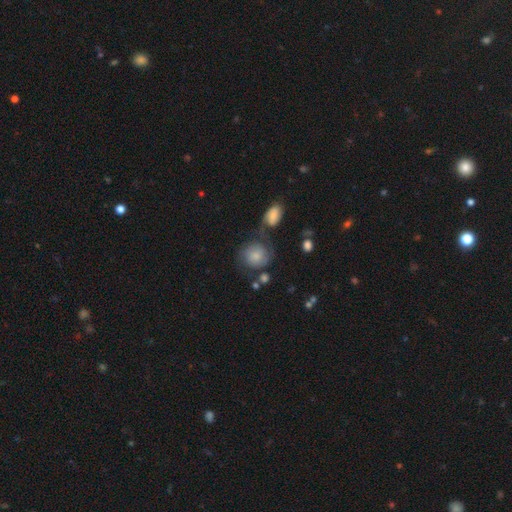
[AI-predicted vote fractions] smooth-or-featured: smooth: 58% | featured or disk: 33% | star or artifact: 9%
  how-rounded: round: 79% | in between: 20% | cigar-shaped: 1%
  merging: none: 47% | minor disturbance: 20% | merger: 18% | major disturbance: 15%